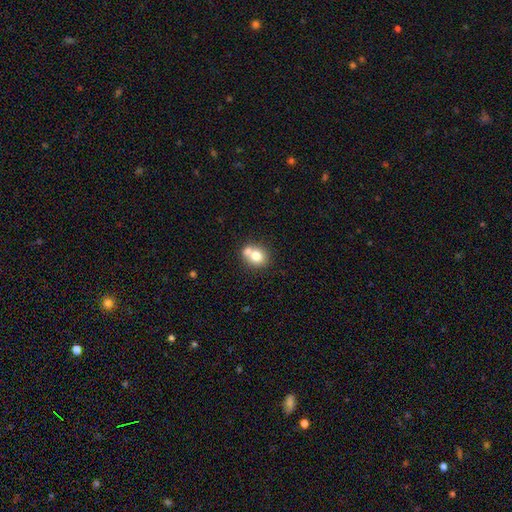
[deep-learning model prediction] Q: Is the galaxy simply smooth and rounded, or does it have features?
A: smooth — 74%.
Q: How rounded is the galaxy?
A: round — 69%.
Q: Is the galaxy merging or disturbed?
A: none — 45%.